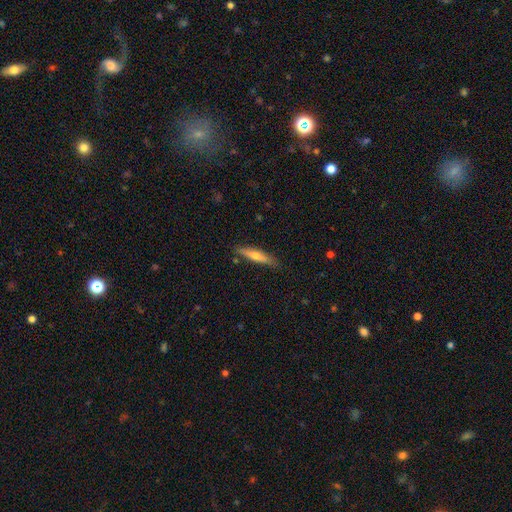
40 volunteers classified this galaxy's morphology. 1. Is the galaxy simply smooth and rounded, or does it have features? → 48% smooth, 45% featured or disk, 8% star or artifact.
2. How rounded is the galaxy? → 84% cigar-shaped, 16% in between, 0% round.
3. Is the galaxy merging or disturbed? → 92% none, 5% minor disturbance, 3% merger, 0% major disturbance.